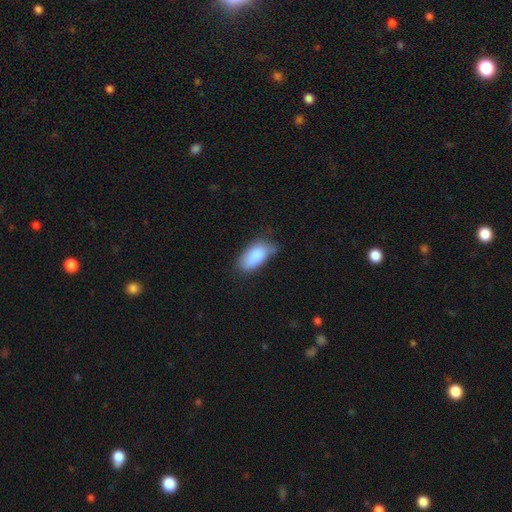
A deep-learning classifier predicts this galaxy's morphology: This is clearly a smooth galaxy (86%). How rounded: clearly in between (92%). Merging: possibly none (53%).